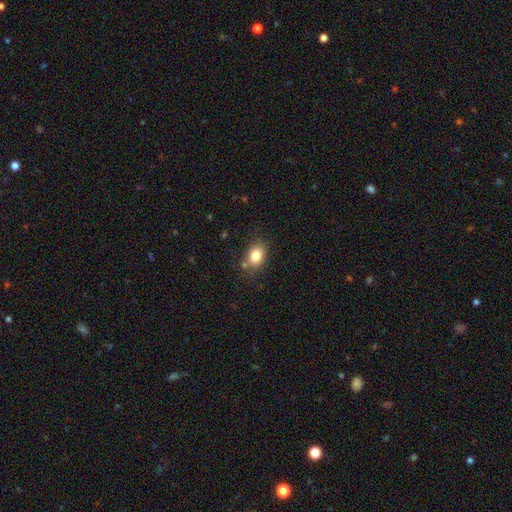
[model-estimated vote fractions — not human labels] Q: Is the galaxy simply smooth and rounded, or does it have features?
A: smooth — 82%.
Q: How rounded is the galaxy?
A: in between — 66%.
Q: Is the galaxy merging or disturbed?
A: none — 73%.